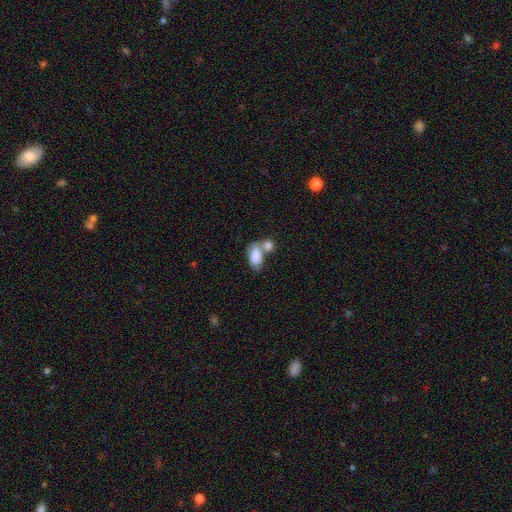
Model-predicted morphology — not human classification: The model was most divided on "merging": merger: 55%, none: 28%, minor disturbance: 11%, major disturbance: 6%. More confident: how rounded — in between (92%); smooth or featured — smooth (83%).